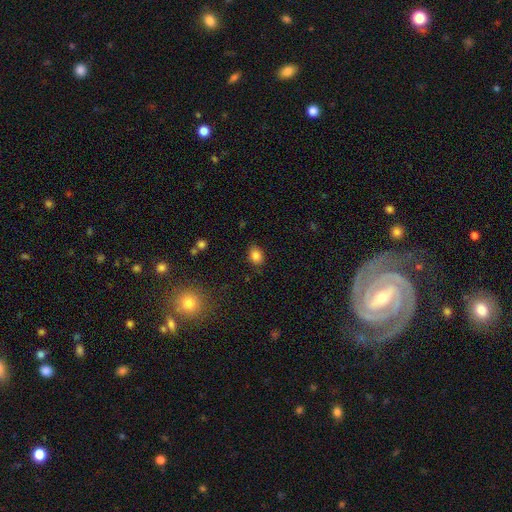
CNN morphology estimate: type=smooth (83%); roundness=in between (56%); merging=none (84%).